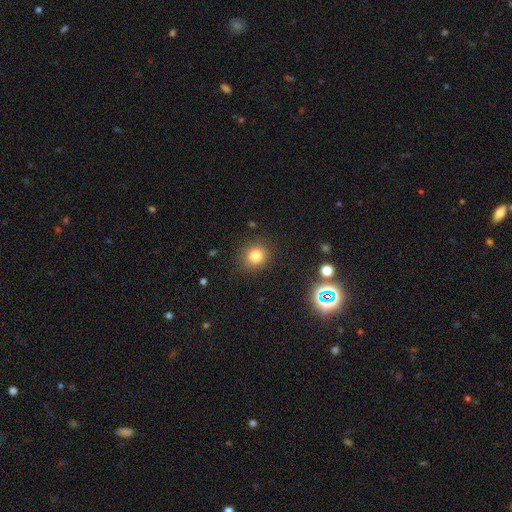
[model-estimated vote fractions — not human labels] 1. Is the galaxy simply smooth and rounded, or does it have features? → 81% smooth, 13% star or artifact, 7% featured or disk.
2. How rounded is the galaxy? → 81% round, 18% in between, 1% cigar-shaped.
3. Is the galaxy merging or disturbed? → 87% none, 9% minor disturbance, 3% major disturbance, 2% merger.